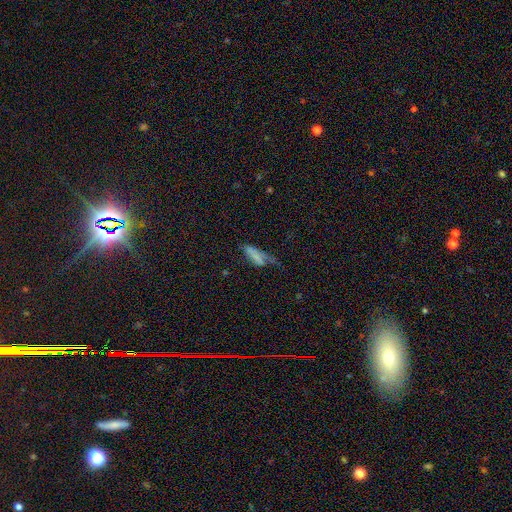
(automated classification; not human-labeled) This is likely a smooth galaxy (61%). How rounded: likely in between (64%). Merging: marginally major disturbance (43%).